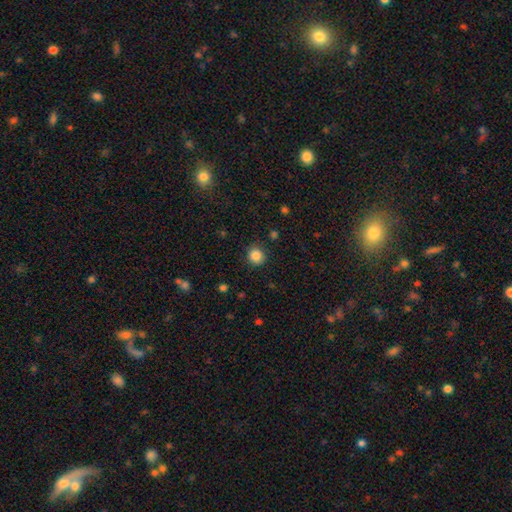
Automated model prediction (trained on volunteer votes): smooth_or_featured: smooth (p=0.86) [alt: star or artifact p=0.11]
how_rounded: round (p=0.90) [alt: in between p=0.09]
merging: none (p=0.89) [alt: minor disturbance p=0.07]